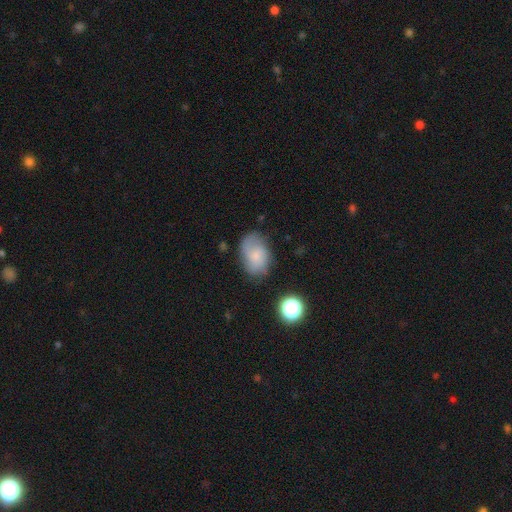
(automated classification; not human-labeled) Q: Smooth or featured?
A: smooth (64%); runner-up: featured or disk (25%)
Q: How rounded?
A: in between (80%); runner-up: round (19%)
Q: Merging?
A: none (59%); runner-up: minor disturbance (28%)